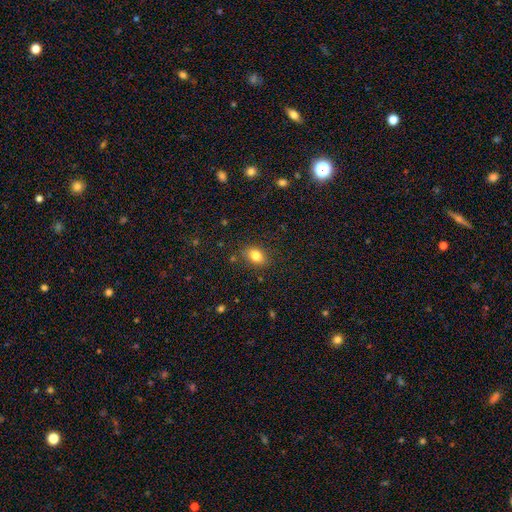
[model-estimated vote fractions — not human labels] This is clearly a smooth galaxy (81%). How rounded: likely in between (76%). Merging: clearly none (83%).